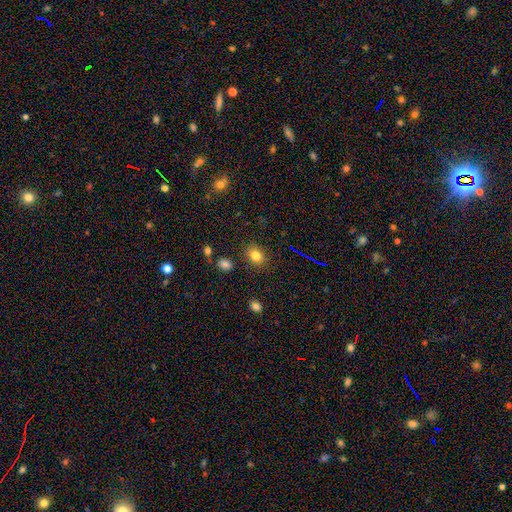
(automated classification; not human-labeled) Overall: smooth (80%). How rounded: in between (52%; round 47%). Merging: none (85%).